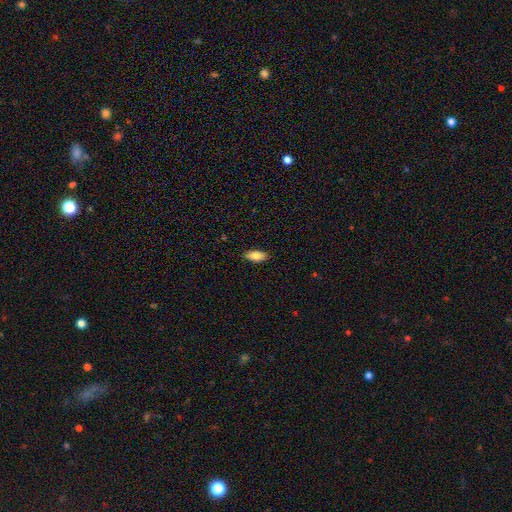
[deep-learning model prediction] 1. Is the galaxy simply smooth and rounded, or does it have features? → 83% smooth, 11% featured or disk, 7% star or artifact.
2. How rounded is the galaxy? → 87% in between, 11% cigar-shaped, 2% round.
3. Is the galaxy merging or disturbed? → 88% none, 9% minor disturbance, 2% major disturbance, 1% merger.